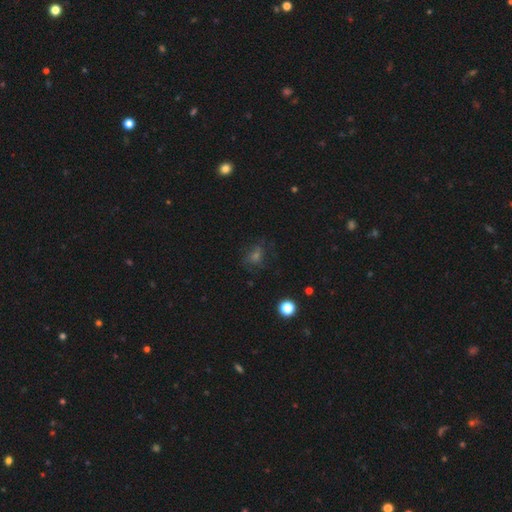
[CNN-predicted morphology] smooth-or-featured: smooth: 44% | star or artifact: 35% | featured or disk: 20%
  merging: none: 71% | minor disturbance: 17% | major disturbance: 10% | merger: 2%